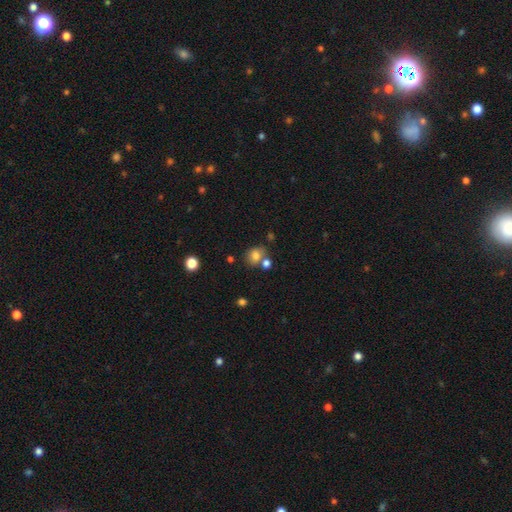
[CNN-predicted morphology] smooth 78%, star or artifact 13%, featured or disk 10%. Down the decision tree: how rounded — round (61%); merging — none (60%).